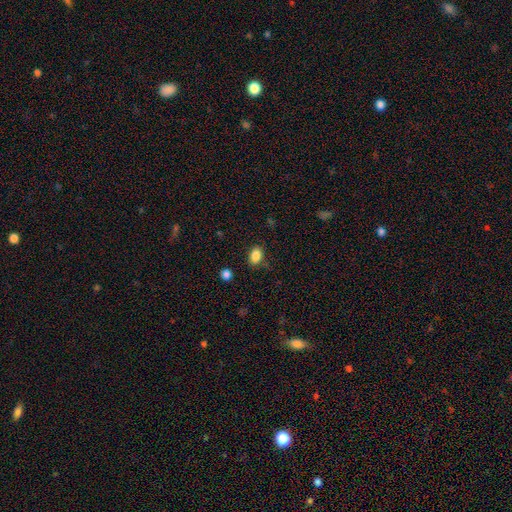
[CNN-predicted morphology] smooth 86%, star or artifact 9%, featured or disk 5%. Down the decision tree: how rounded — in between (81%); merging — none (82%).